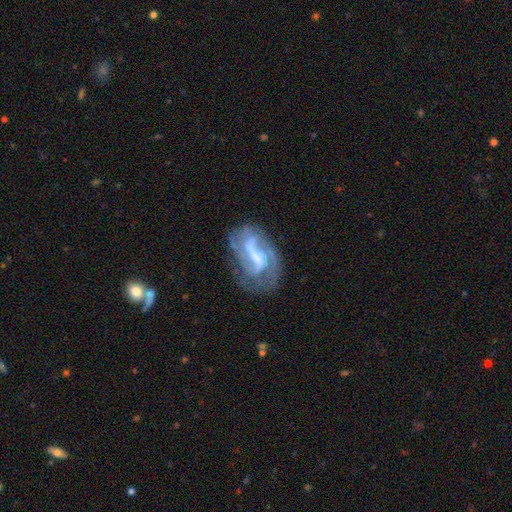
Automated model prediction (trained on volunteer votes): smooth_or_featured: featured or disk (p=0.80) [alt: smooth p=0.13]
disk_edge_on: no (p=0.97) [alt: yes p=0.03]
bar: weak (p=0.45) [alt: strong p=0.37]
has_spiral_arms: yes (p=0.84) [alt: no p=0.16]
spiral_winding: medium (p=0.40) [alt: loose p=0.33]
spiral_arm_count: 2 (p=0.46) [alt: can't tell p=0.27]
bulge_size: small (p=0.39) [alt: none p=0.29]
merging: none (p=0.55) [alt: minor disturbance p=0.22]